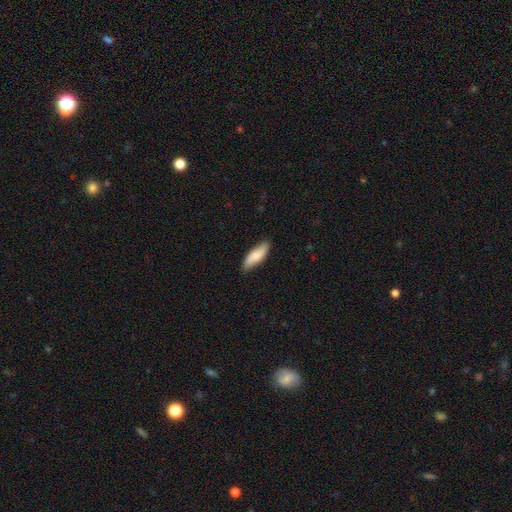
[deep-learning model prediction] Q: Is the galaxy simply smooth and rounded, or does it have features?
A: smooth — 78%.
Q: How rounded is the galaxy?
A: in between — 54%.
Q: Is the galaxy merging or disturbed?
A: none — 83%.